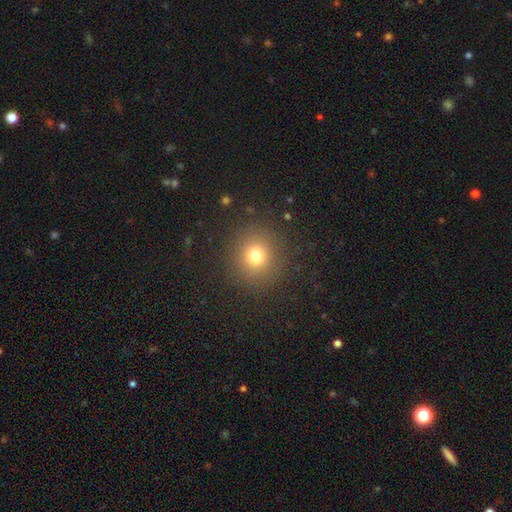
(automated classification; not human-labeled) This appears to be a smooth galaxy with no disk features (74%) that is round (91%). Merging: none (88%).